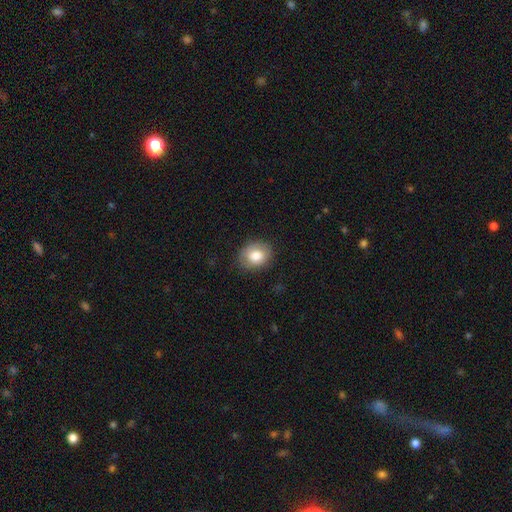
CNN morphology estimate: A smooth galaxy with no disk features (80%) that is round (55%). Merging: none (81%).